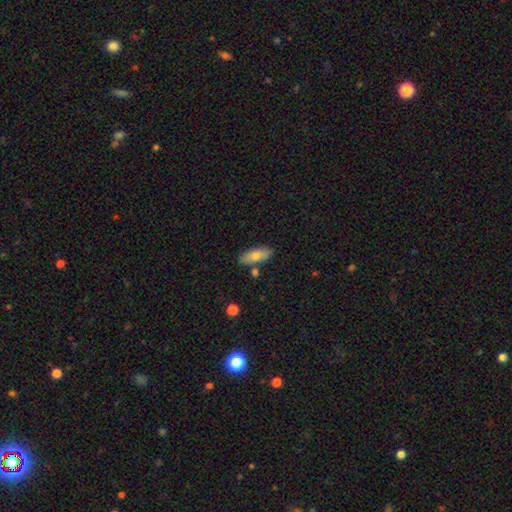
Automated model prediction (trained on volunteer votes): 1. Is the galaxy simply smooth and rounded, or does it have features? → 74% smooth, 19% featured or disk, 7% star or artifact.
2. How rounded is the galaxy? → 77% in between, 21% cigar-shaped, 3% round.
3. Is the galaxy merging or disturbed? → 80% none, 11% minor disturbance, 6% merger, 2% major disturbance.